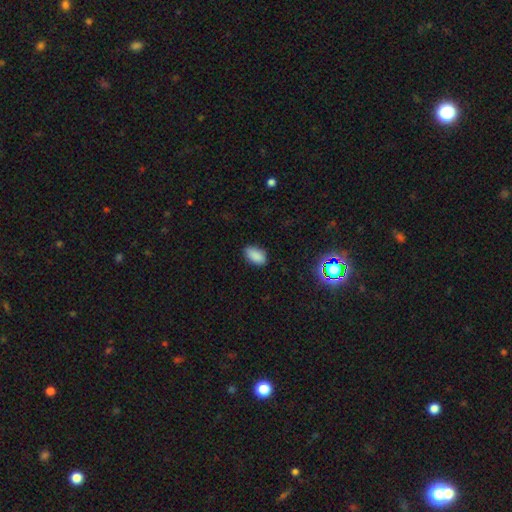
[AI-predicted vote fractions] This appears to be a smooth galaxy with no disk features (87%) that is in between round and cigar-shaped (92%). Merging: none (84%).